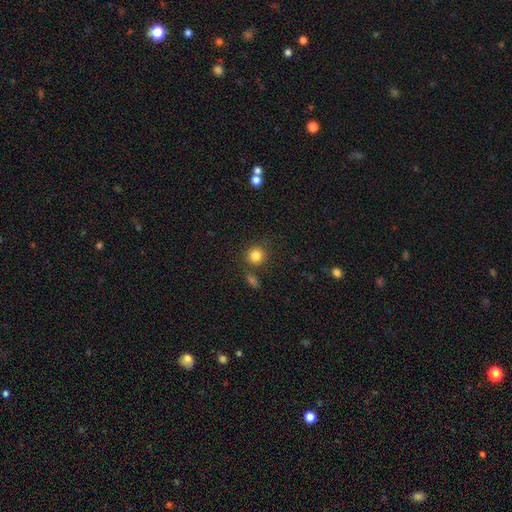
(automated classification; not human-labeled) A smooth galaxy with no disk features (83%) that is round (90%). Merging: none (79%).